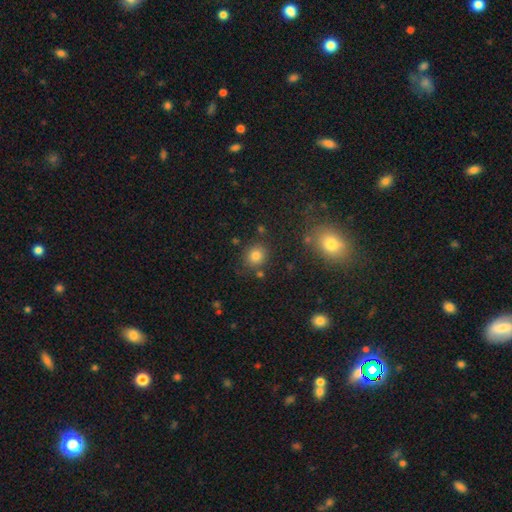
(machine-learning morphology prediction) type=smooth (80%); roundness=round (82%); merging=none (81%).